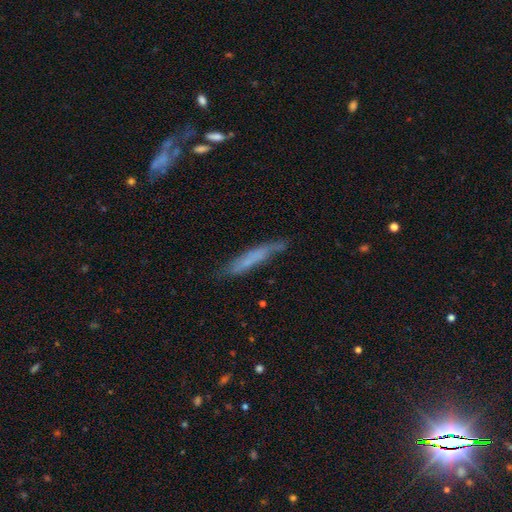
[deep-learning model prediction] Morphology: type=smooth (53%); roundness=cigar-shaped (89%); merging=none (72%).